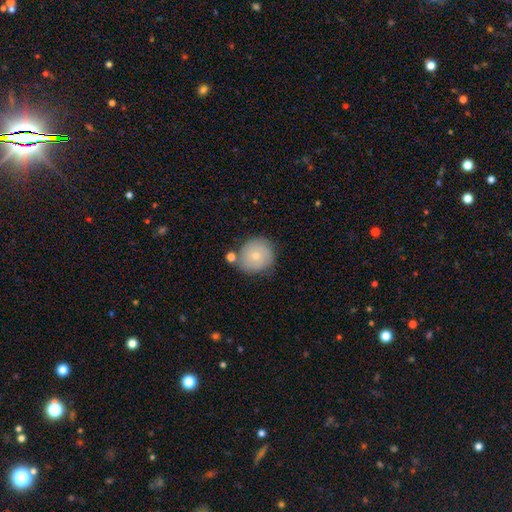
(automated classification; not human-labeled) Smooth or featured? smooth (62%)
How rounded? round (91%)
Merging? none (69%)